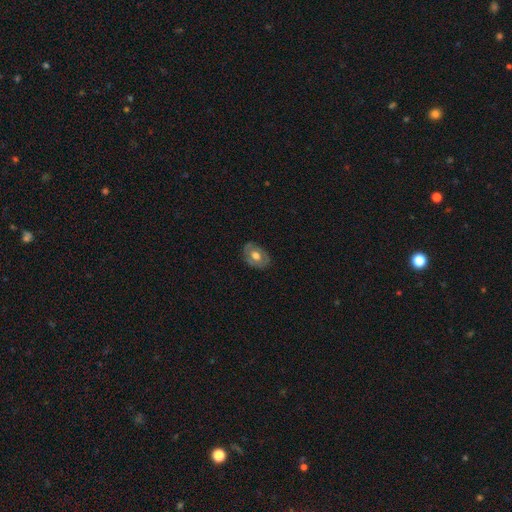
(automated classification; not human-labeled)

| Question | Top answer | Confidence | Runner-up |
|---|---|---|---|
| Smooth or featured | smooth | 47% | featured or disk (46%) |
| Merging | none | 79% | minor disturbance (16%) |